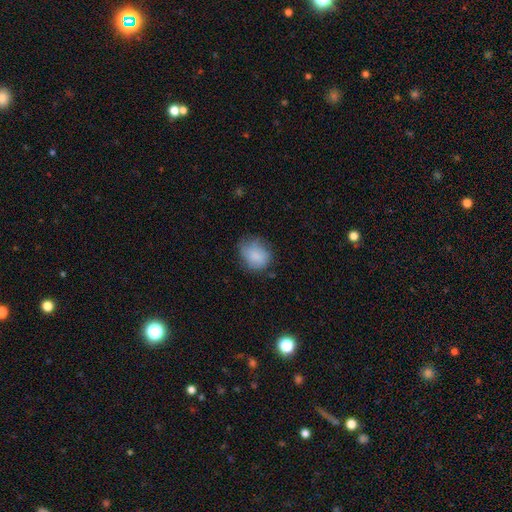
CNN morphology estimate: smooth 82%, featured or disk 10%, star or artifact 8%. Down the decision tree: how rounded — round (61%); merging — none (60%).